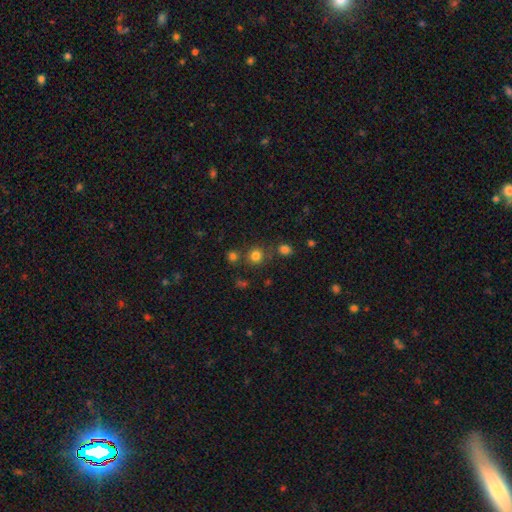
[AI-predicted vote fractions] Smooth or featured? Predicted: smooth (p=0.78). How rounded? Predicted: round (p=0.90). Merging? Predicted: none (p=0.77).